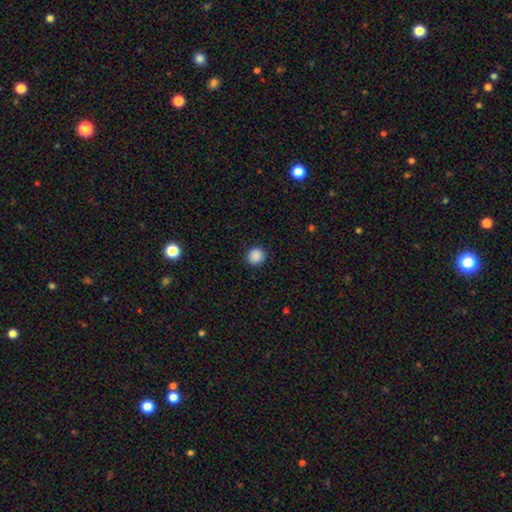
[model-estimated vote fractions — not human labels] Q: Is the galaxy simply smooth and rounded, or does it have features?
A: smooth — 89%.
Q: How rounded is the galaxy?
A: round — 87%.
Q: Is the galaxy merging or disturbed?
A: none — 91%.